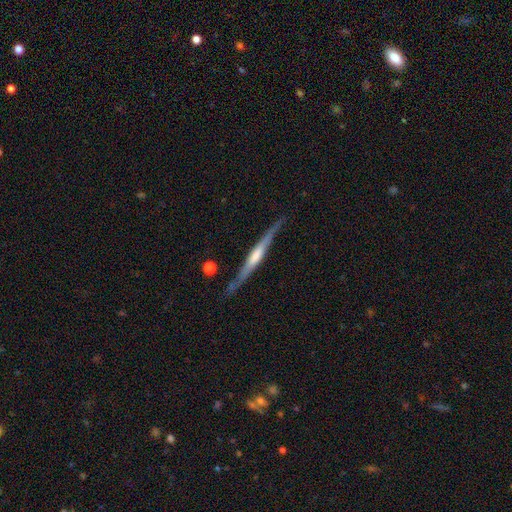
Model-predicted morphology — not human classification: smooth_or_featured: featured or disk (p=0.79) [alt: smooth p=0.16]
disk_edge_on: yes (p=0.97) [alt: no p=0.03]
edge_on_bulge: rounded (p=0.54) [alt: boxy p=0.27]
merging: none (p=0.82) [alt: minor disturbance p=0.13]